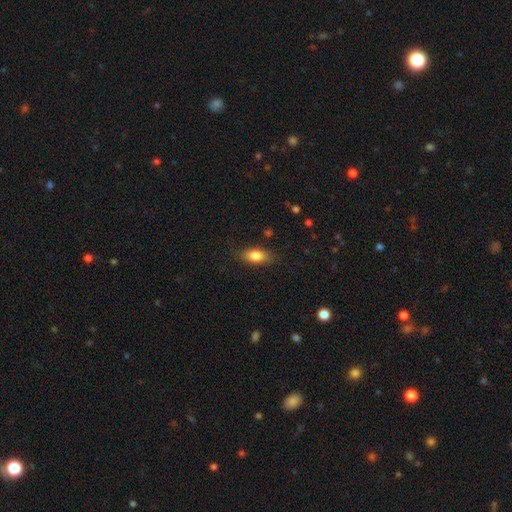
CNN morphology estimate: smooth-or-featured: smooth: 82% | featured or disk: 10% | star or artifact: 7%
  how-rounded: in between: 82% | cigar-shaped: 13% | round: 5%
  merging: none: 82% | minor disturbance: 13% | major disturbance: 3% | merger: 1%